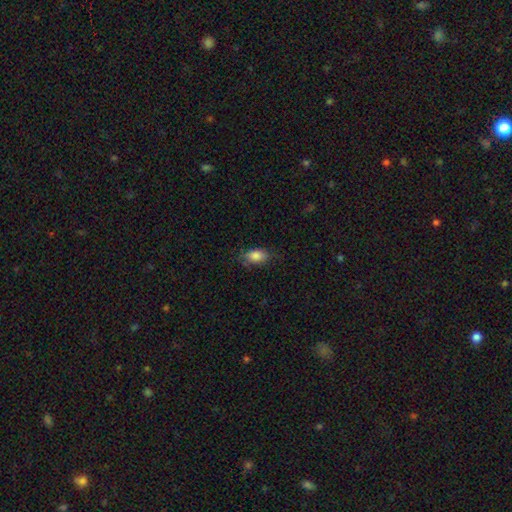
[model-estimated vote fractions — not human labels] A smooth galaxy with no disk features (83%) that is in between round and cigar-shaped (89%).

Vote fractions:
- Smooth or featured? smooth: 83% / featured or disk: 9% / star or artifact: 8%
- How rounded? in between: 89% / round: 7% / cigar-shaped: 4%
- Merging? none: 70% / minor disturbance: 22% / major disturbance: 7% / merger: 1%